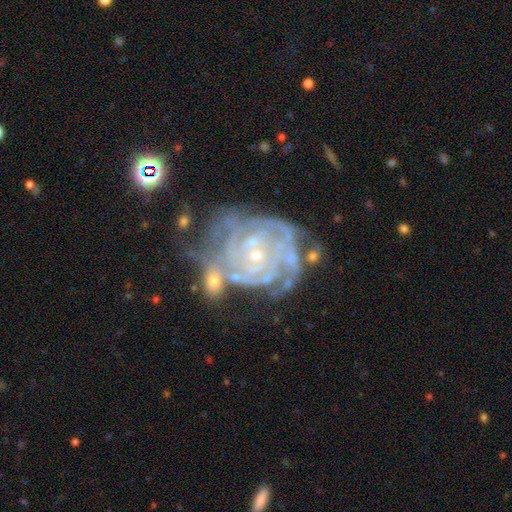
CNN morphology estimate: Smooth or featured?
  - featured or disk: 87% *
  - star or artifact: 7%
  - smooth: 6%
Edge-on disk?
  - no: 98% *
  - yes: 2%
Bar?
  - no: 72% *
  - weak: 21%
  - strong: 7%
Spiral arms?
  - yes: 93% *
  - no: 7%
Spiral winding?
  - tight: 74% *
  - medium: 21%
  - loose: 5%
Spiral arm count?
  - can't tell: 37% *
  - 4: 19%
  - 3: 15%
  - 2: 13%
  - more than 4: 10%
  - 1: 6%
Bulge size?
  - small: 80% *
  - moderate: 15%
  - none: 2%
  - large: 1%
  - dominant: 1%
Merging?
  - none: 36% *
  - minor disturbance: 22%
  - merger: 22%
  - major disturbance: 20%